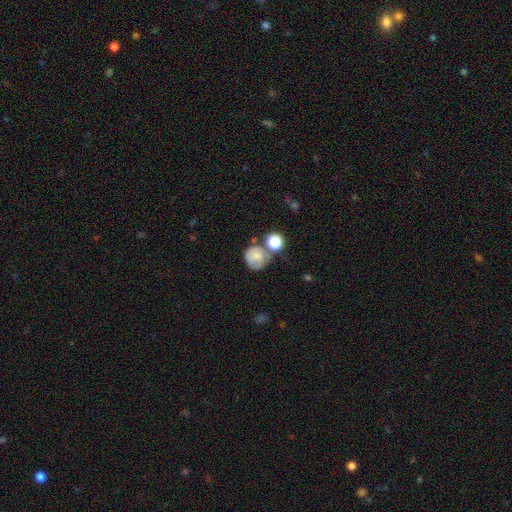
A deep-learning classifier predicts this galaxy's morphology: smooth-or-featured: smooth: 64% | featured or disk: 26% | star or artifact: 10%
  how-rounded: round: 83% | in between: 16% | cigar-shaped: 1%
  merging: none: 45% | merger: 24% | minor disturbance: 20% | major disturbance: 11%